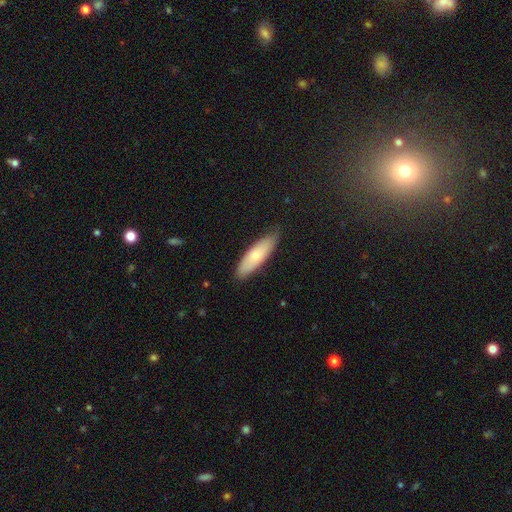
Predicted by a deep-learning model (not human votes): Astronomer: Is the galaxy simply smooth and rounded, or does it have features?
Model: smooth — 74%.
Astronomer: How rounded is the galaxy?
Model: cigar-shaped — 51% (runner-up: in between, 47%).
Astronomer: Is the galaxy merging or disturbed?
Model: none — 81%.